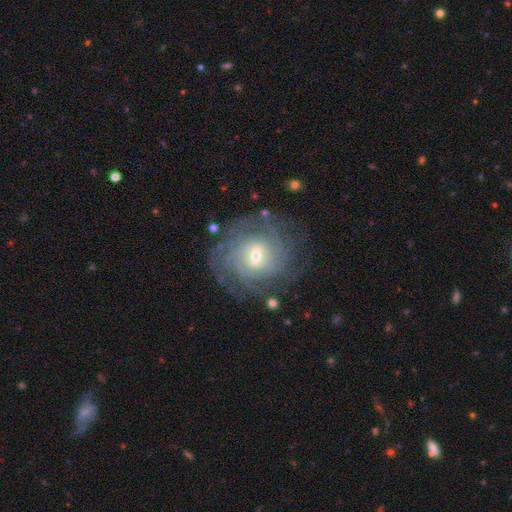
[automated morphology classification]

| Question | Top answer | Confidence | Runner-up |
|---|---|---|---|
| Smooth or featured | featured or disk | 88% | smooth (6%) |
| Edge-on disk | no | 97% | yes (3%) |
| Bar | weak | 56% | strong (29%) |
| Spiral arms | yes | 96% | no (4%) |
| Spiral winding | tight | 77% | medium (19%) |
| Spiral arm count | can't tell | 40% | 4 (20%) |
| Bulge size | moderate | 50% | small (45%) |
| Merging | none | 77% | minor disturbance (14%) |